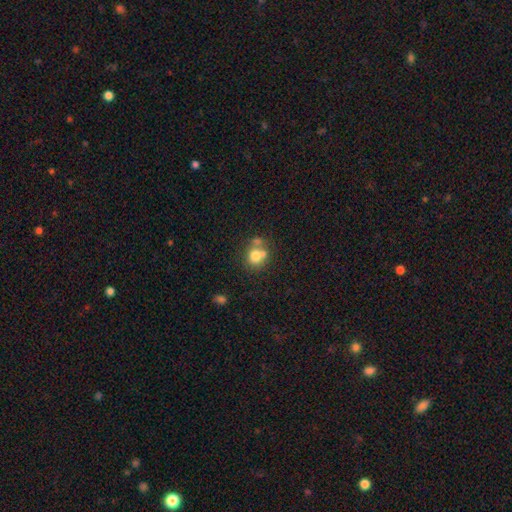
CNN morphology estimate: A smooth galaxy with no disk features (72%) that is round (78%). Merging: none (44%).